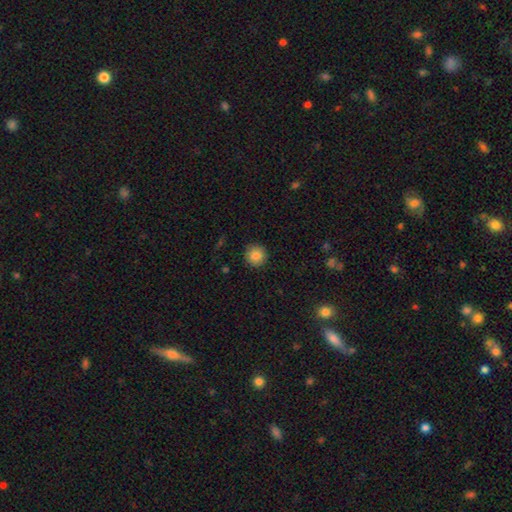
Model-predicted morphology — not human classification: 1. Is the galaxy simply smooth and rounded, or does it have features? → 86% smooth, 9% star or artifact, 5% featured or disk.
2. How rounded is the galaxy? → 94% round, 5% in between, 1% cigar-shaped.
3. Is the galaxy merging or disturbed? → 91% none, 6% minor disturbance, 2% major disturbance, 1% merger.